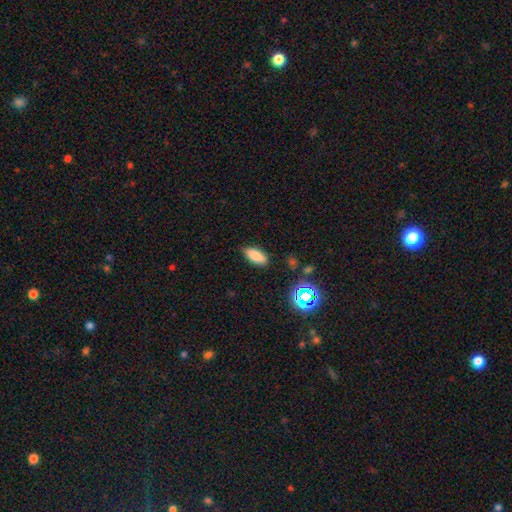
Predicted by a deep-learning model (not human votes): Overall: smooth (81%). How rounded: in between (83%). Merging: none (84%).